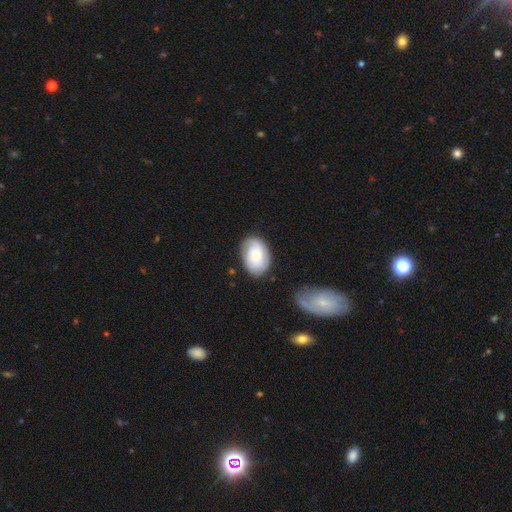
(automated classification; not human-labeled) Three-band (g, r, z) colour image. It shows a smooth galaxy with no disk features (53%) that is in between round and cigar-shaped (82%). Merging: none (76%).